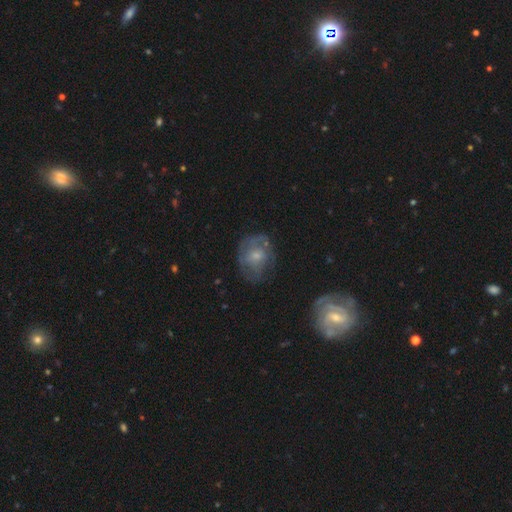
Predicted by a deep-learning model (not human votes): Morphology: type=featured or disk (51%); edge-on=no (97%); merging=none (56%).